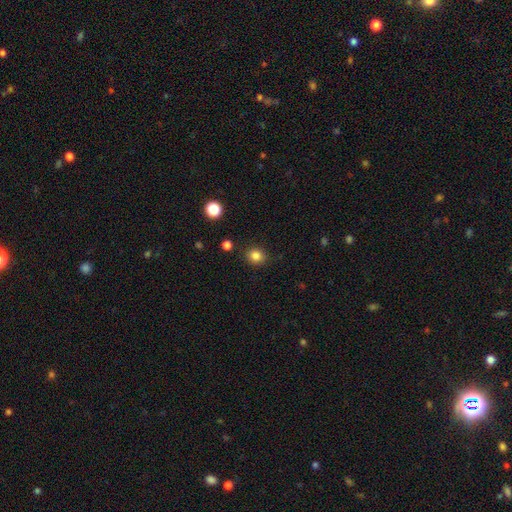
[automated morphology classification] Smooth or featured? smooth (84%)
How rounded? round (75%)
Merging? none (87%)